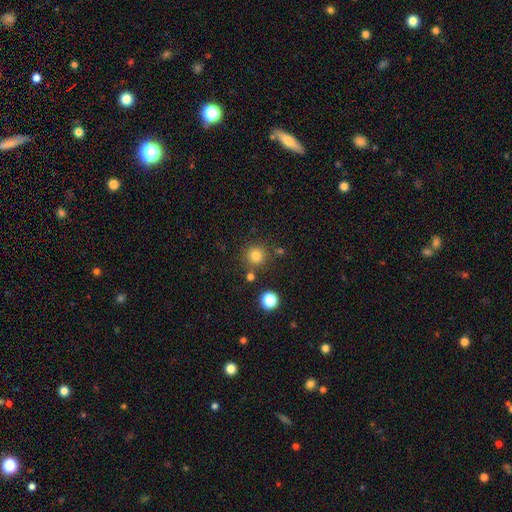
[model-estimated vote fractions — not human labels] Q: Smooth or featured?
A: smooth (80%); runner-up: star or artifact (14%)
Q: How rounded?
A: round (94%); runner-up: in between (5%)
Q: Merging?
A: none (81%); runner-up: minor disturbance (8%)